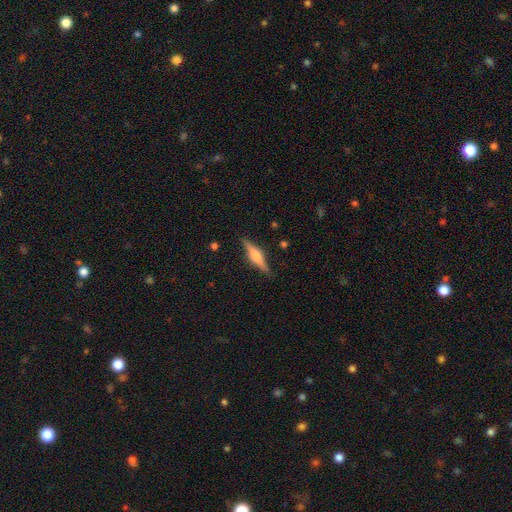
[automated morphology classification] Overall: featured or disk (70%). Edge-on disk: yes (97%). Edge-on bulge: rounded (84%). Merging: none (87%).